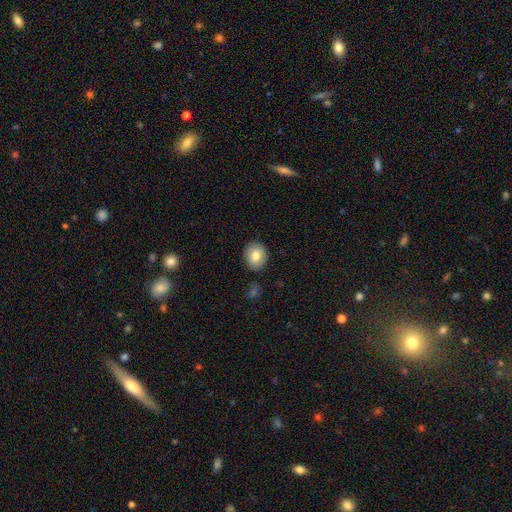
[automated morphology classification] Smooth or featured: smooth — 80% (featured or disk — 12%)
How rounded: round — 54% (in between — 45%)
Merging: none — 87% (minor disturbance — 9%)